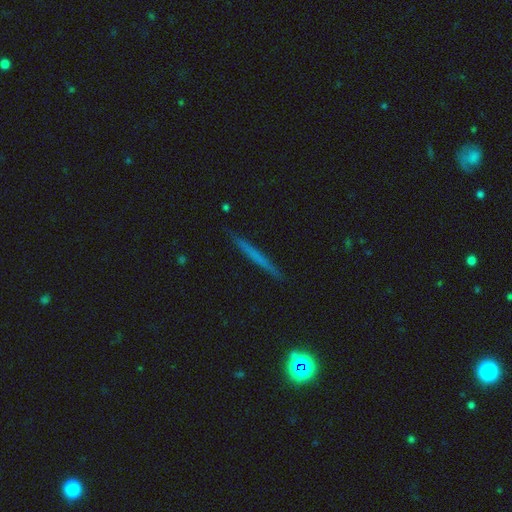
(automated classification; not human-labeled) smooth-or-featured: smooth: 48% | featured or disk: 42% | star or artifact: 9%
  merging: none: 90% | minor disturbance: 7% | major disturbance: 2% | merger: 1%